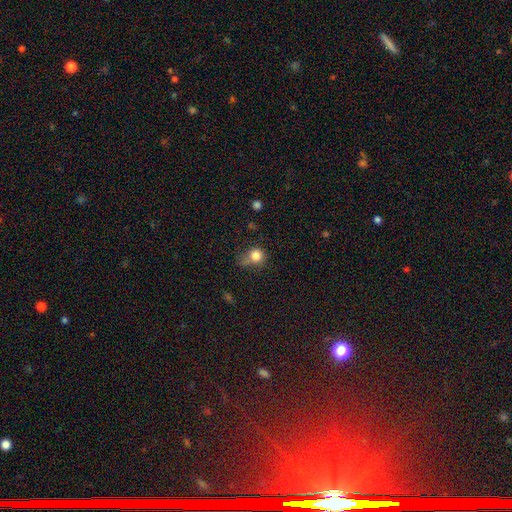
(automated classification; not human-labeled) Smooth or featured: smooth — 81% (star or artifact — 12%)
How rounded: round — 82% (in between — 17%)
Merging: none — 48% (minor disturbance — 28%)